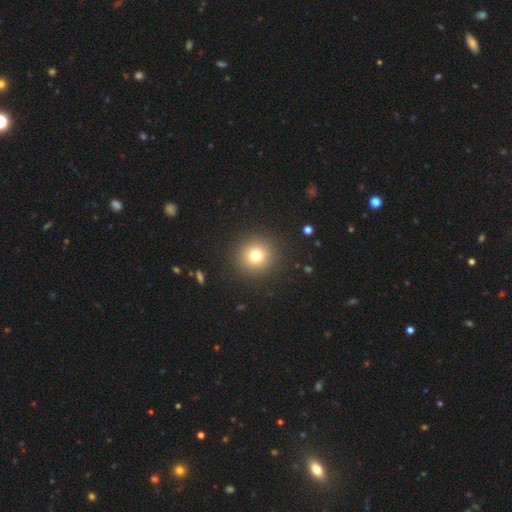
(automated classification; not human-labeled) A smooth galaxy with no disk features (75%) that is round (95%).

Vote fractions:
- Smooth or featured? smooth: 75% / star or artifact: 14% / featured or disk: 10%
- How rounded? round: 95% / in between: 4% / cigar-shaped: 1%
- Merging? none: 92% / minor disturbance: 5% / major disturbance: 3% / merger: 1%